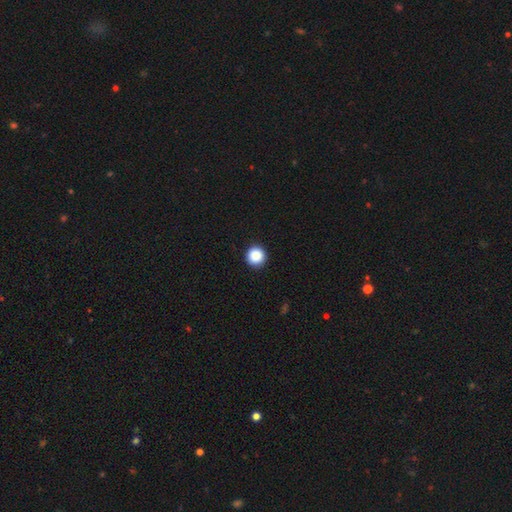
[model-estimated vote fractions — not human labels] smooth 88%, star or artifact 9%, featured or disk 3%. Down the decision tree: how rounded — round (96%); merging — none (93%).